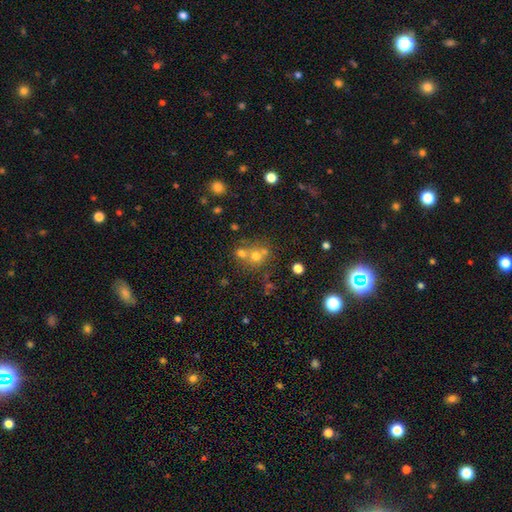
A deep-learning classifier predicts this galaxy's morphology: This is possibly a smooth galaxy (57%). How rounded: clearly round (83%). Merging: possibly none (47%).